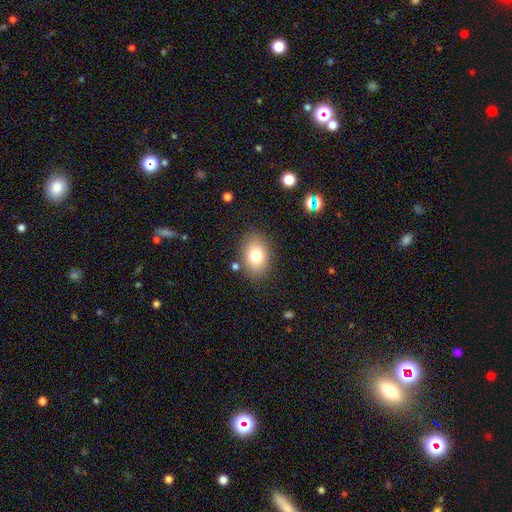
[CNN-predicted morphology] This is likely a smooth galaxy (77%). How rounded: likely in between (76%). Merging: clearly none (83%).